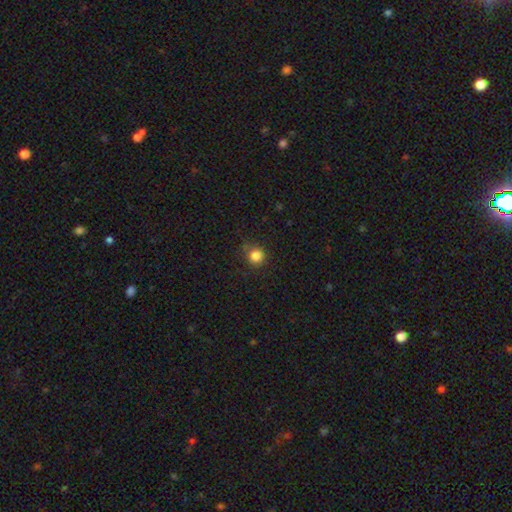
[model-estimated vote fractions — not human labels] This appears to be a smooth galaxy with no disk features (84%) that is round (92%). Merging: none (79%).